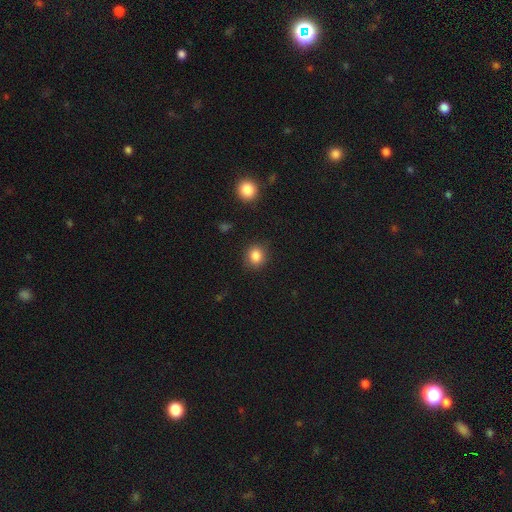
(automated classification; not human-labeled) smooth-or-featured: smooth: 85% | star or artifact: 10% | featured or disk: 5%
  how-rounded: round: 75% | in between: 24% | cigar-shaped: 1%
  merging: none: 88% | minor disturbance: 8% | major disturbance: 3% | merger: 1%